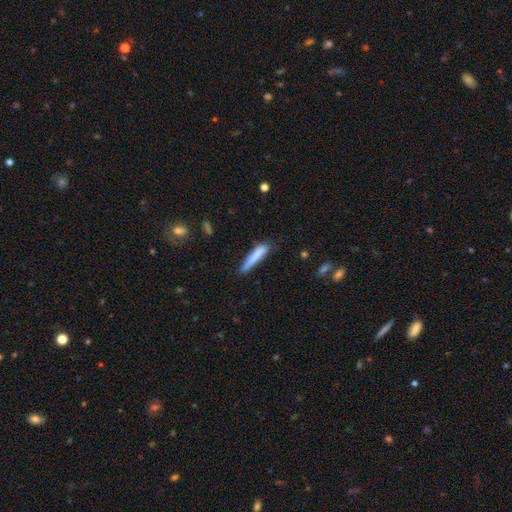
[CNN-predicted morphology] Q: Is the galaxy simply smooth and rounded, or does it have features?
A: smooth — 80%.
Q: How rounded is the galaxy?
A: cigar-shaped — 92%.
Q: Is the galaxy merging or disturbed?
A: none — 77%.